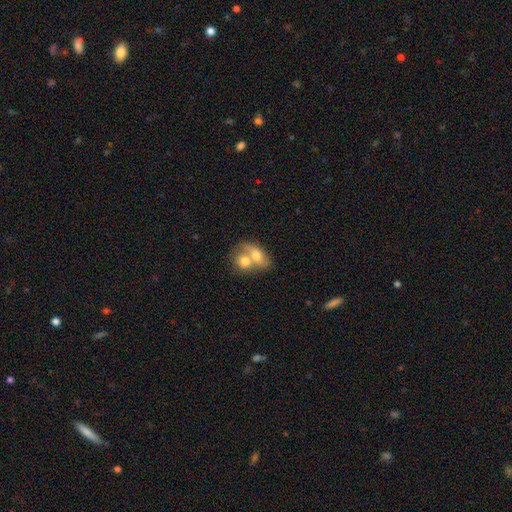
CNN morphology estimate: Q: Smooth or featured?
A: smooth (63%); runner-up: featured or disk (30%)
Q: How rounded?
A: in between (61%); runner-up: round (36%)
Q: Merging?
A: merger (76%); runner-up: none (14%)